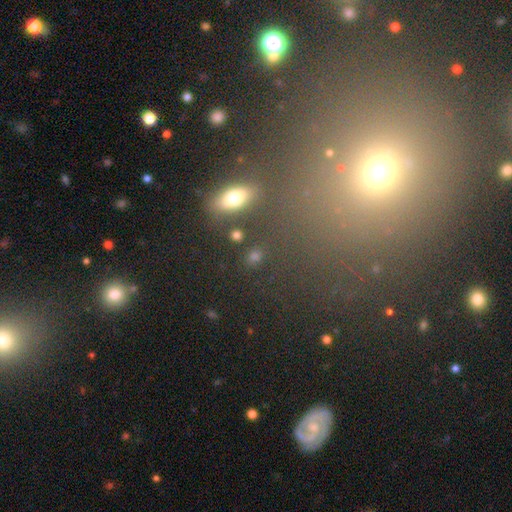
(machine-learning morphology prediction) This is likely a smooth galaxy (67%). How rounded: possibly in between (51%). Merging: likely none (79%).